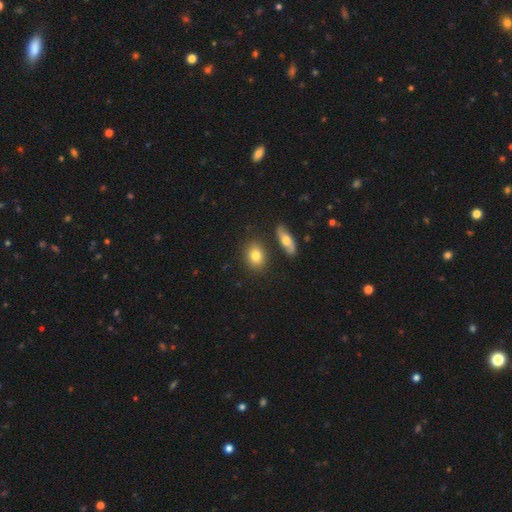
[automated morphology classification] A smooth galaxy with no disk features (80%) that is in between round and cigar-shaped (60%).

Vote fractions:
- Smooth or featured? smooth: 80% / featured or disk: 12% / star or artifact: 8%
- How rounded? in between: 60% / round: 37% / cigar-shaped: 3%
- Merging? none: 79% / minor disturbance: 11% / merger: 7% / major disturbance: 3%